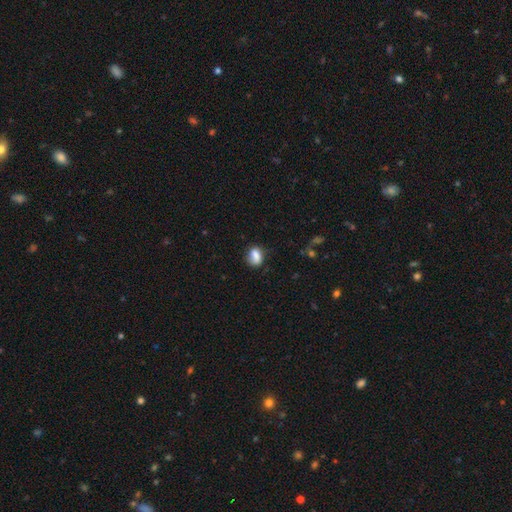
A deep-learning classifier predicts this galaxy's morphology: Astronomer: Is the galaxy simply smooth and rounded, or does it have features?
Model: smooth — 80%.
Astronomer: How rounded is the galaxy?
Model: in between — 68%.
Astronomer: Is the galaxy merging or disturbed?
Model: none — 60%.